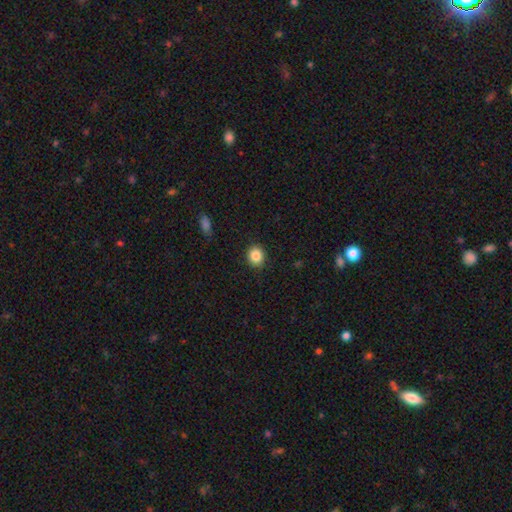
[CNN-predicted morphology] Overall: smooth (86%). How rounded: round (74%). Merging: none (89%).